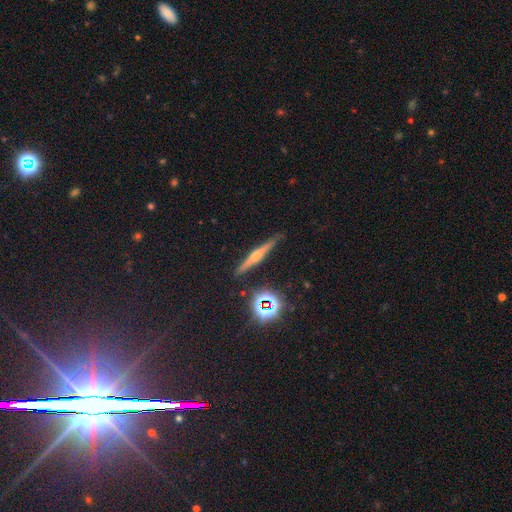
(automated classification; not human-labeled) A featured or disk galaxy (54%) viewed edge-on (96%) with a rounded central bulge (73%). Merging: none (87%).